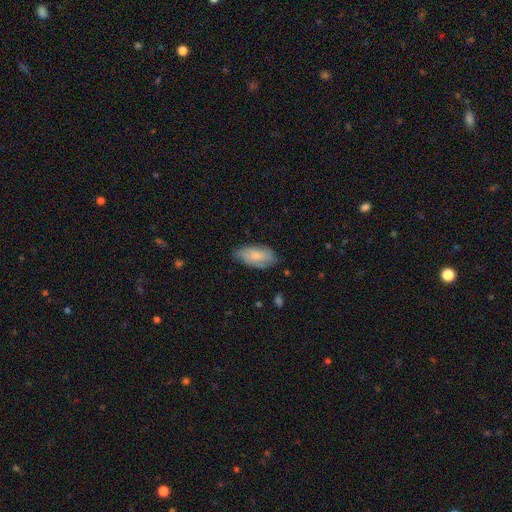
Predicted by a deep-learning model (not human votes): smooth 75%, featured or disk 18%, star or artifact 6%. Down the decision tree: how rounded — in between (93%); merging — none (64%).